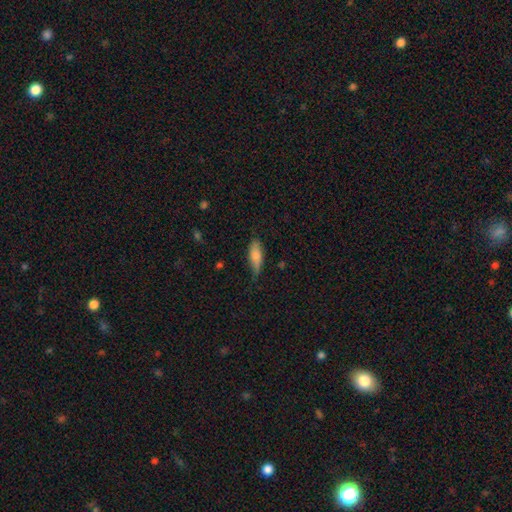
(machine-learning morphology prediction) A smooth galaxy with no disk features (76%) that is in between round and cigar-shaped (64%).

Vote fractions:
- Smooth or featured? smooth: 76% / featured or disk: 18% / star or artifact: 6%
- How rounded? in between: 64% / cigar-shaped: 34% / round: 2%
- Merging? none: 60% / minor disturbance: 32% / major disturbance: 7% / merger: 2%